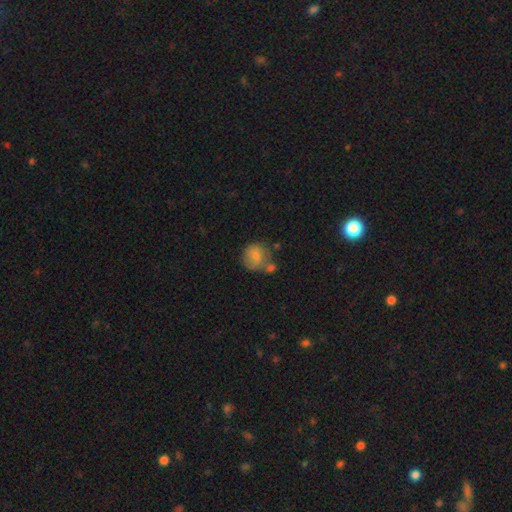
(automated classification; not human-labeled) smooth_or_featured: smooth (p=0.78) [alt: featured or disk p=0.14]
how_rounded: round (p=0.80) [alt: in between p=0.19]
merging: none (p=0.45) [alt: merger p=0.26]